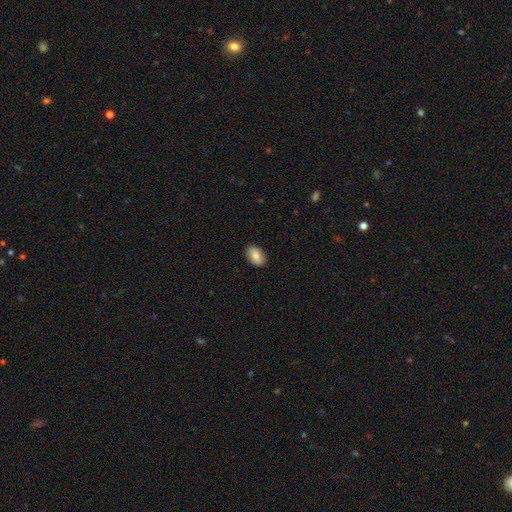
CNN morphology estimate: The model was most divided on "smooth or featured": smooth: 83%, featured or disk: 10%, star or artifact: 7%. More confident: how rounded — in between (91%); merging — none (88%).